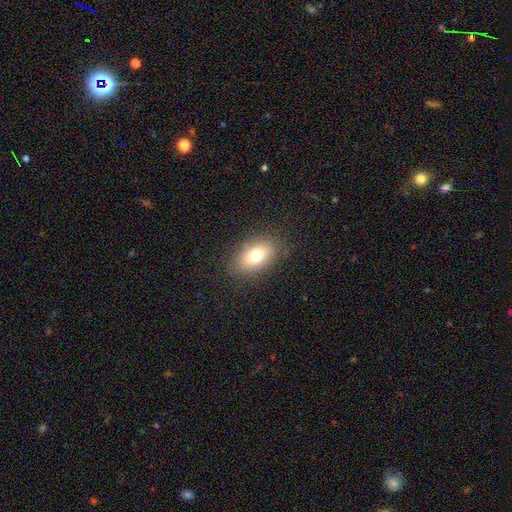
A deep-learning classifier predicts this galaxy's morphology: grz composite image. It shows a smooth galaxy with no disk features (74%) that is in between round and cigar-shaped (83%). Merging: none (84%).